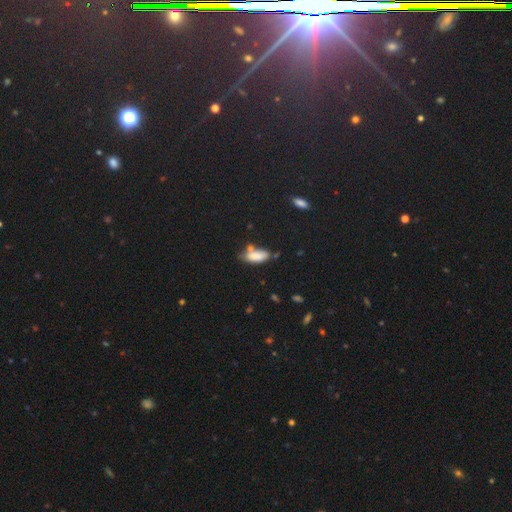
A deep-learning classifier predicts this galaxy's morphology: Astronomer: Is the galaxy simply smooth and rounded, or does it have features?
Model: smooth — 81%.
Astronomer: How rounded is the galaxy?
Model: in between — 78%.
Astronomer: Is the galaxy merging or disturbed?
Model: none — 55%.